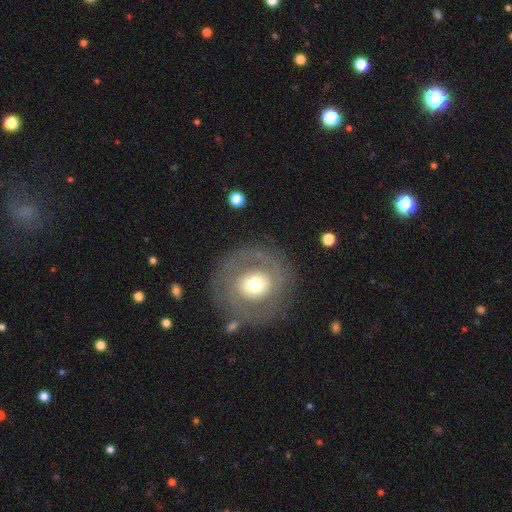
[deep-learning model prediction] Q: Smooth or featured?
A: featured or disk (57%); runner-up: smooth (33%)
Q: Edge-on disk?
A: no (95%); runner-up: yes (5%)
Q: Bar?
A: no (58%); runner-up: weak (29%)
Q: Spiral arms?
A: no (54%); runner-up: yes (46%)
Q: Bulge size?
A: moderate (66%); runner-up: small (16%)
Q: Merging?
A: none (78%); runner-up: minor disturbance (12%)